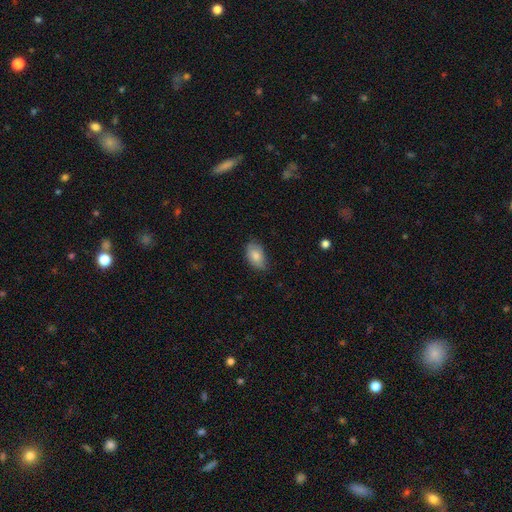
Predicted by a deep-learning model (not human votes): Smooth or featured? Predicted: smooth (p=0.82). How rounded? Predicted: in between (p=0.92). Merging? Predicted: none (p=0.73).